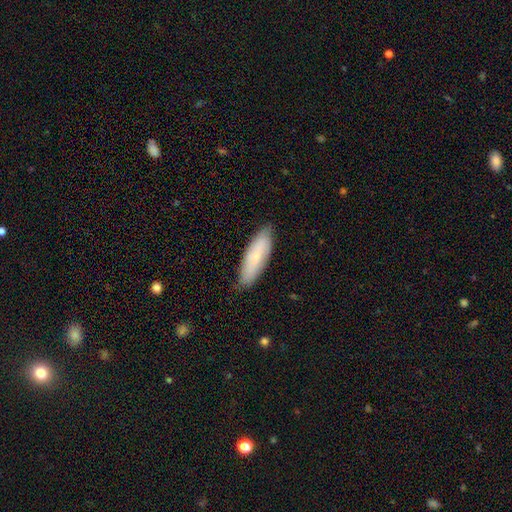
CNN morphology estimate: This appears to be a smooth galaxy with no disk features (64%) that is in between round and cigar-shaped (55%). Merging: none (82%).